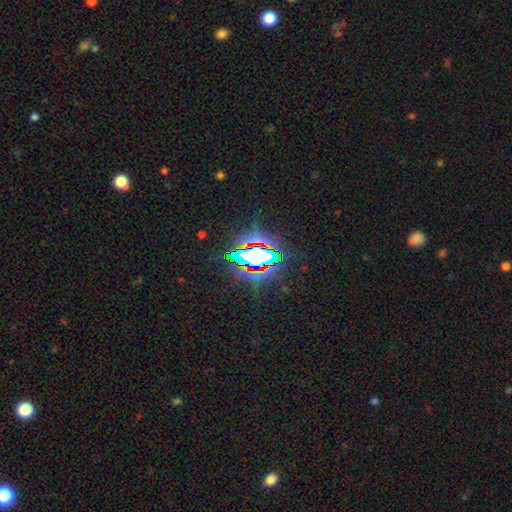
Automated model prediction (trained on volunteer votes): Smooth or featured?
  - star or artifact: 70% *
  - smooth: 18%
  - featured or disk: 12%